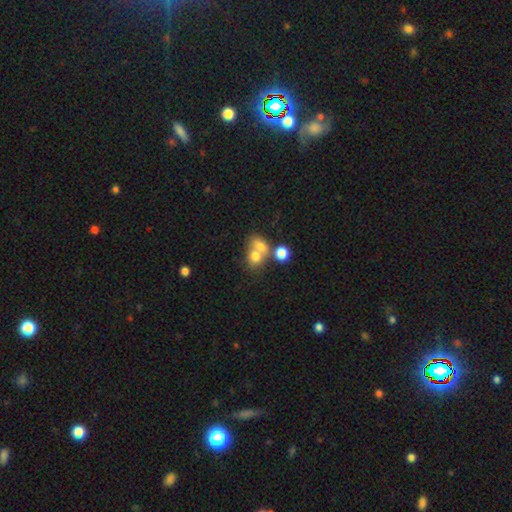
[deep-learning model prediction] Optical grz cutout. It shows a smooth galaxy with no disk features (72%) that is round (57%). Merging: merger (60%).